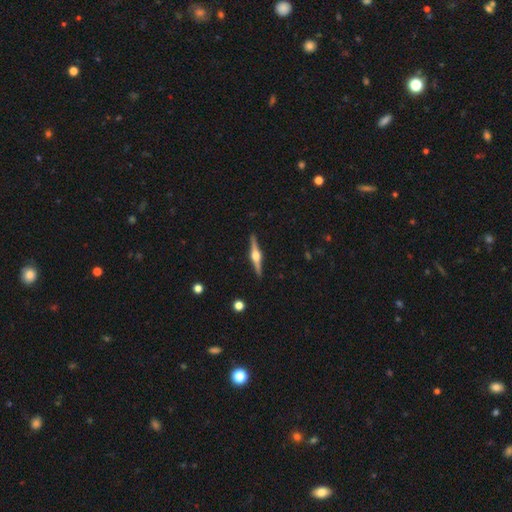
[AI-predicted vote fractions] A featured or disk galaxy (85%) viewed edge-on (98%) with a rounded central bulge (95%).

Vote fractions:
- Smooth or featured? featured or disk: 85% / smooth: 10% / star or artifact: 5%
- Edge-on disk? yes: 98% / no: 2%
- Edge-on bulge? rounded: 95% / boxy: 4% / none: 1%
- Merging? none: 92% / minor disturbance: 6% / major disturbance: 1% / merger: 1%